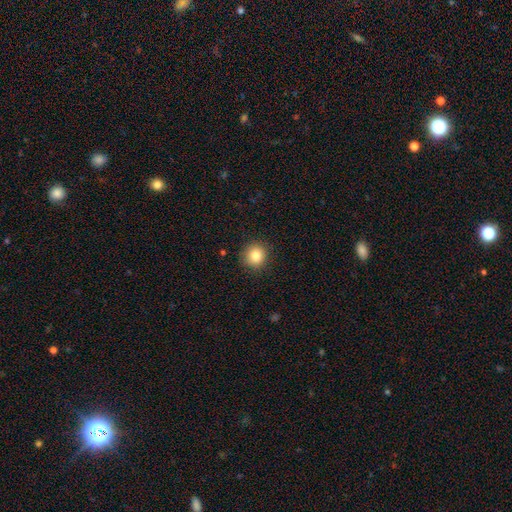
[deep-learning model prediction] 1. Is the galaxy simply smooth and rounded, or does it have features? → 84% smooth, 10% star or artifact, 6% featured or disk.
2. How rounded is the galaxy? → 89% round, 10% in between, 1% cigar-shaped.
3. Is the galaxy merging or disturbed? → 89% none, 7% minor disturbance, 2% major disturbance, 1% merger.